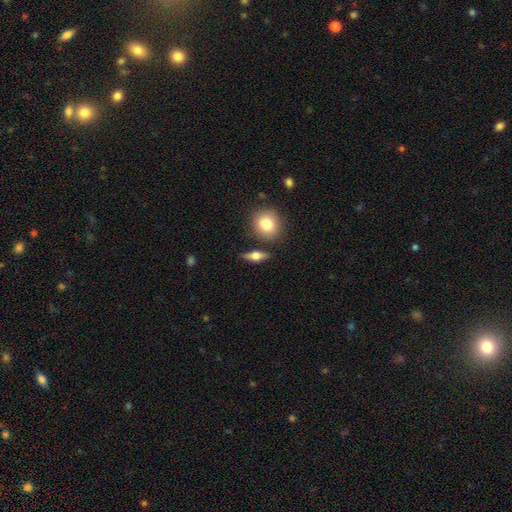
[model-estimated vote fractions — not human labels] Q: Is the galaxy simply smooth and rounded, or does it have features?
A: smooth — 48%.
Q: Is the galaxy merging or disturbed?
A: none — 80%.